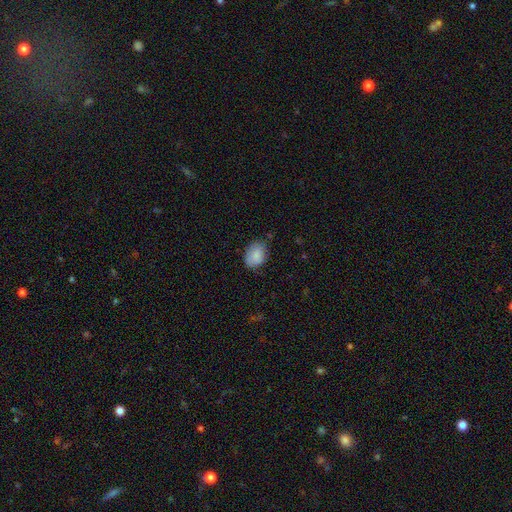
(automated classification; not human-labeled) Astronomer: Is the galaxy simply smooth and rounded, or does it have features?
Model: smooth — 86%.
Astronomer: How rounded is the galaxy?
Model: in between — 76%.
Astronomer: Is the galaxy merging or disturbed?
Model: none — 69%.